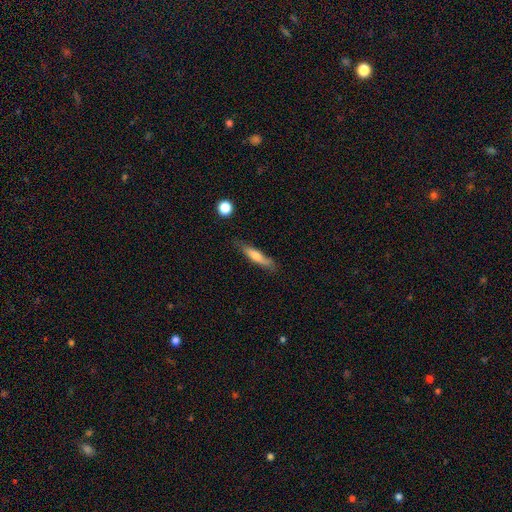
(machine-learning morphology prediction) This appears to be a smooth galaxy with no disk features (64%) that is cigar-shaped (79%). Merging: none (73%).